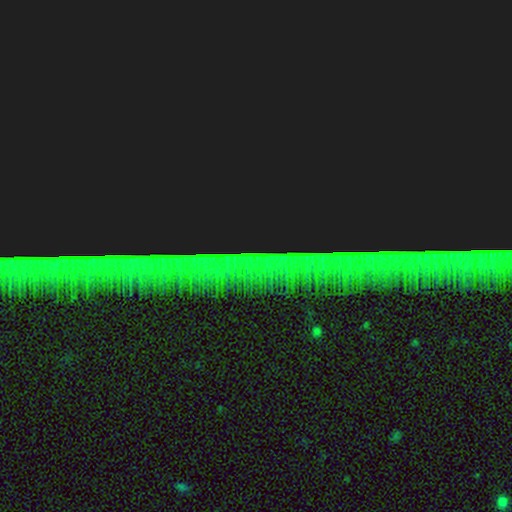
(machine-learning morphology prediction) smooth_or_featured: star or artifact (p=0.84) [alt: featured or disk p=0.09]